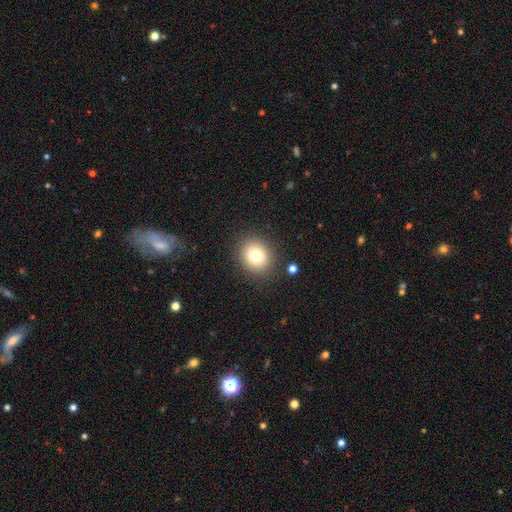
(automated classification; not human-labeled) Morphology: type=smooth (78%); roundness=round (72%); merging=none (88%).